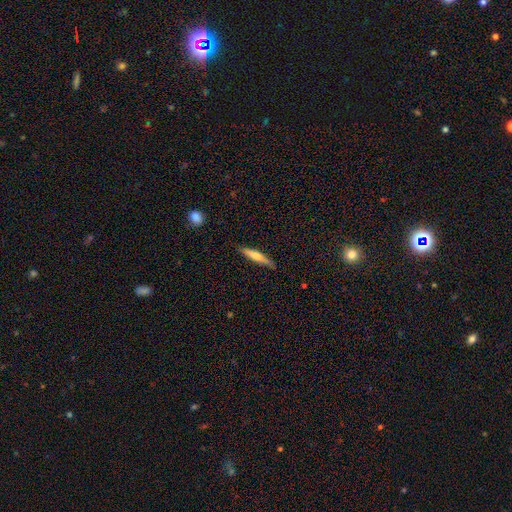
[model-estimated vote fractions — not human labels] smooth 55%, featured or disk 39%, star or artifact 6%. Down the decision tree: how rounded — cigar-shaped (91%); merging — none (85%).